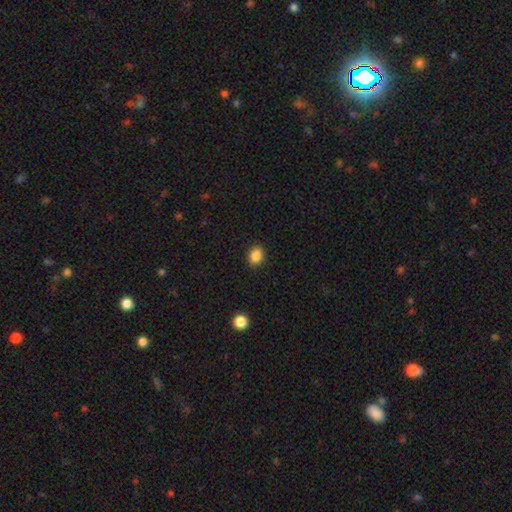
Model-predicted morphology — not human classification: This is clearly a smooth galaxy (87%). How rounded: possibly round (53%). Merging: clearly none (90%).